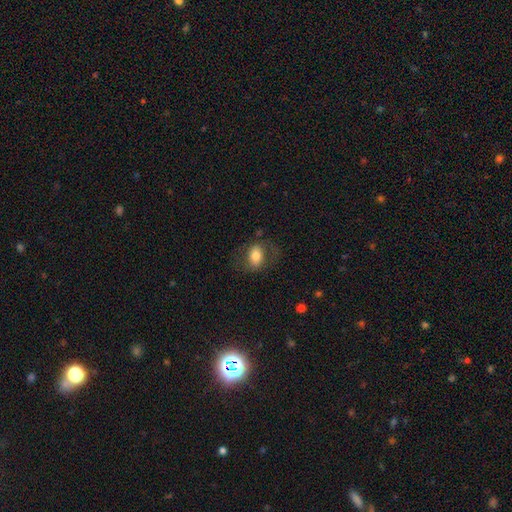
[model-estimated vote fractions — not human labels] This is likely a smooth galaxy (68%). How rounded: likely in between (79%). Merging: likely none (66%).